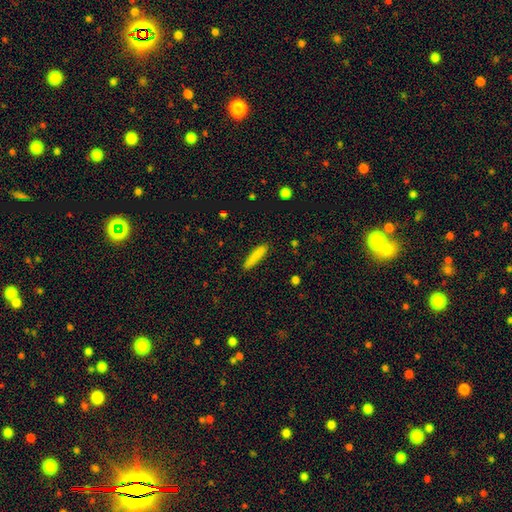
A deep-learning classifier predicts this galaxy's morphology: A smooth galaxy with no disk features (84%) that is cigar-shaped (87%). Merging: none (87%).